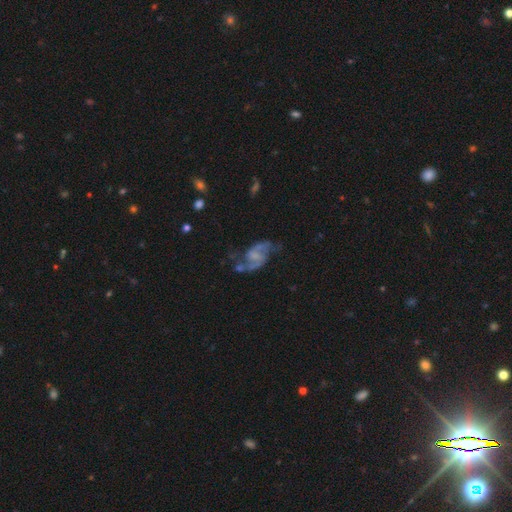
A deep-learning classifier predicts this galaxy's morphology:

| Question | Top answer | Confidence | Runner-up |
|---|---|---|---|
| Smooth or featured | featured or disk | 83% | smooth (10%) |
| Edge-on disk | no | 97% | yes (3%) |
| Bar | weak | 48% | no (33%) |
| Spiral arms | yes | 92% | no (8%) |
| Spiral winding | loose | 50% | medium (41%) |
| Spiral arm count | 2 | 90% | can't tell (4%) |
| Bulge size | none | 48% | small (31%) |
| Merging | none | 54% | minor disturbance (21%) |